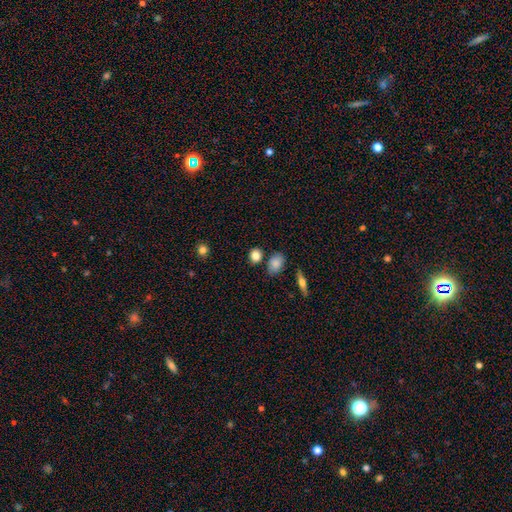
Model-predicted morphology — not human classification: Smooth or featured? smooth (84%)
How rounded? round (62%)
Merging? none (76%)